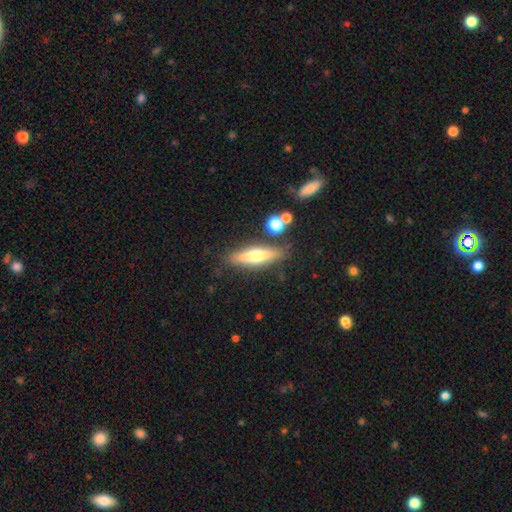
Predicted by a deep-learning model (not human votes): Smooth or featured?
  - featured or disk: 50% *
  - smooth: 43%
  - star or artifact: 7%
Merging?
  - none: 81% *
  - minor disturbance: 11%
  - merger: 4%
  - major disturbance: 3%